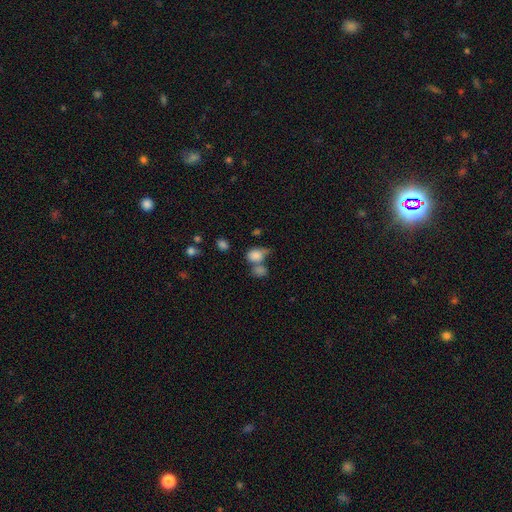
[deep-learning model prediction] Smooth or featured? smooth (81%)
How rounded? in between (63%)
Merging? merger (43%)